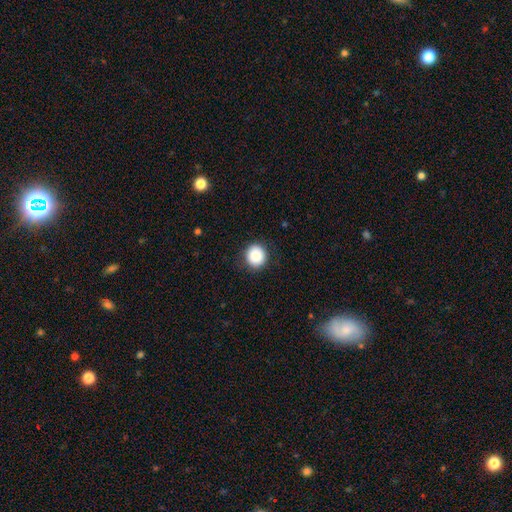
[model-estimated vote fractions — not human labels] A smooth galaxy with no disk features (88%) that is round (88%). Merging: none (89%).